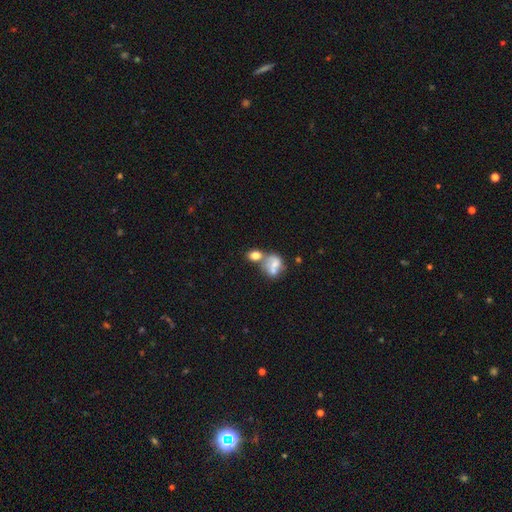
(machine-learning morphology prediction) A smooth galaxy with no disk features (69%) that is in between round and cigar-shaped (55%).

Vote fractions:
- Smooth or featured? smooth: 69% / featured or disk: 20% / star or artifact: 11%
- How rounded? in between: 55% / round: 43% / cigar-shaped: 2%
- Merging? merger: 48% / none: 31% / minor disturbance: 12% / major disturbance: 8%